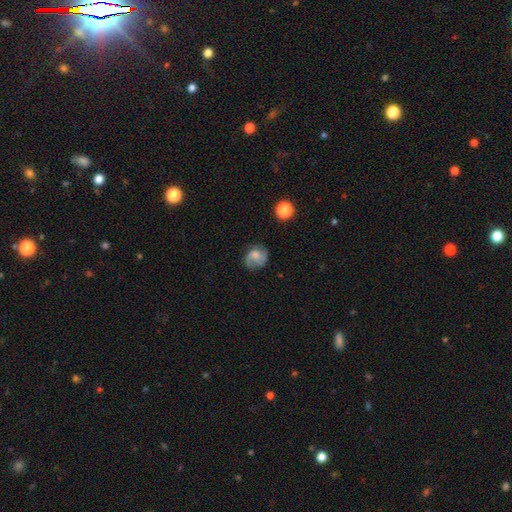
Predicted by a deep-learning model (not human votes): featured or disk 50%, smooth 41%, star or artifact 9%. Down the decision tree: merging — none (65%).